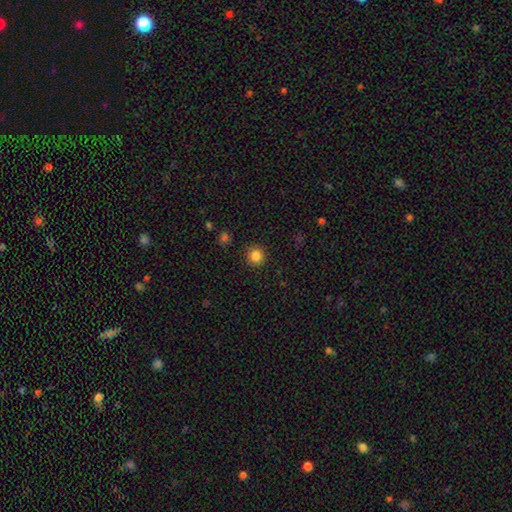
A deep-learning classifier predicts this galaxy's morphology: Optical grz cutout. It shows a smooth galaxy with no disk features (85%) that is round (94%). Merging: none (91%).